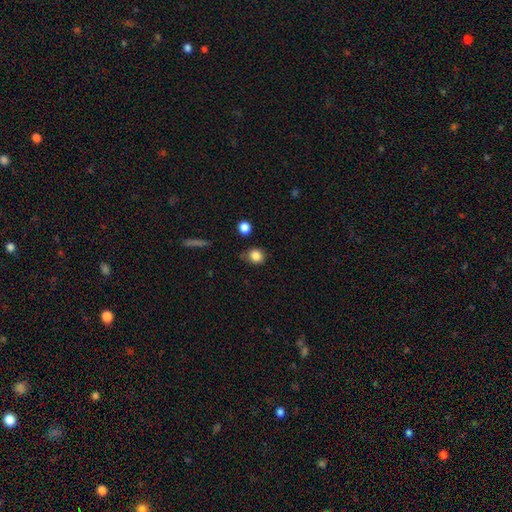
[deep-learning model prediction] Q: Smooth or featured?
A: smooth (85%); runner-up: star or artifact (10%)
Q: How rounded?
A: round (76%); runner-up: in between (23%)
Q: Merging?
A: none (75%); runner-up: minor disturbance (17%)